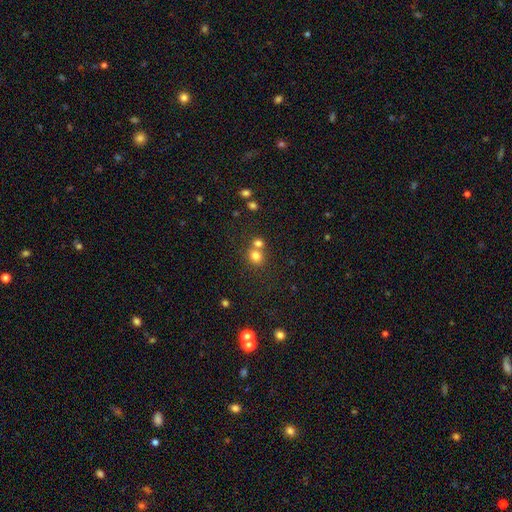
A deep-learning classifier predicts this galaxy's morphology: Q: Smooth or featured?
A: smooth (77%); runner-up: star or artifact (15%)
Q: How rounded?
A: round (79%); runner-up: in between (20%)
Q: Merging?
A: none (48%); runner-up: merger (42%)